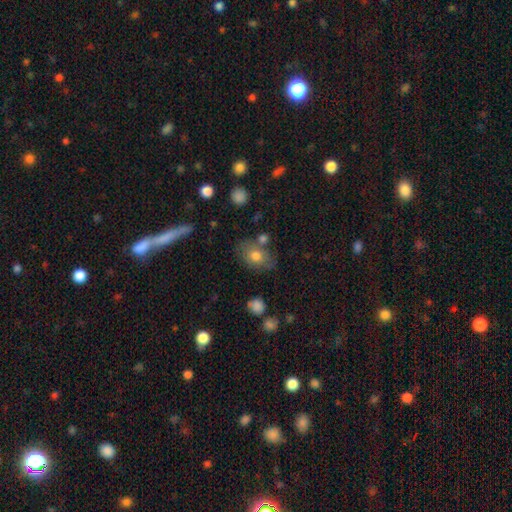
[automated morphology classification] Smooth or featured?
  - smooth: 72% *
  - featured or disk: 20%
  - star or artifact: 8%
How rounded?
  - in between: 79% *
  - round: 19%
  - cigar-shaped: 2%
Merging?
  - none: 65% *
  - minor disturbance: 18%
  - merger: 11%
  - major disturbance: 6%